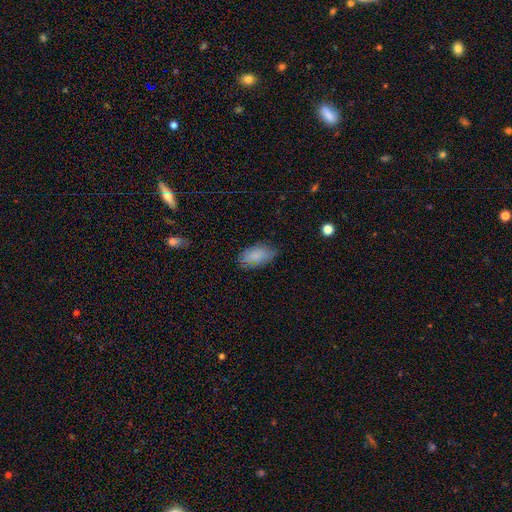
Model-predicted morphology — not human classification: This appears to be a smooth galaxy with no disk features (83%) that is in between round and cigar-shaped (93%). Merging: none (75%).